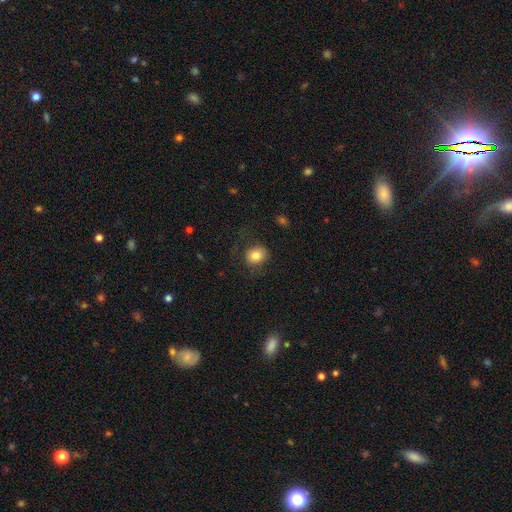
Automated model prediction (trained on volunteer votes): The model was most divided on "how rounded": round: 70%, in between: 29%, cigar-shaped: 1%. More confident: smooth or featured — smooth (81%); merging — none (70%).